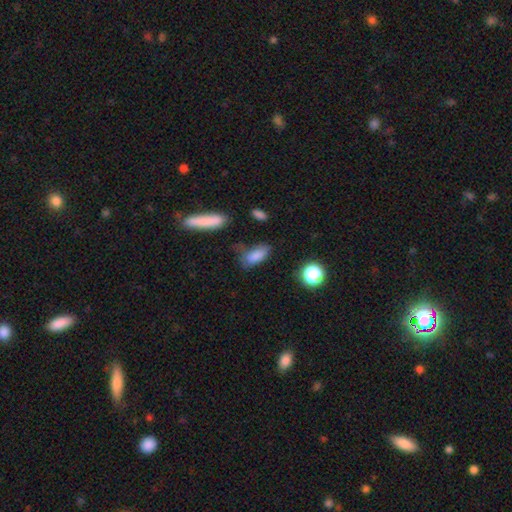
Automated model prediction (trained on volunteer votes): A smooth galaxy with no disk features (80%) that is in between round and cigar-shaped (81%). Merging: none (52%).